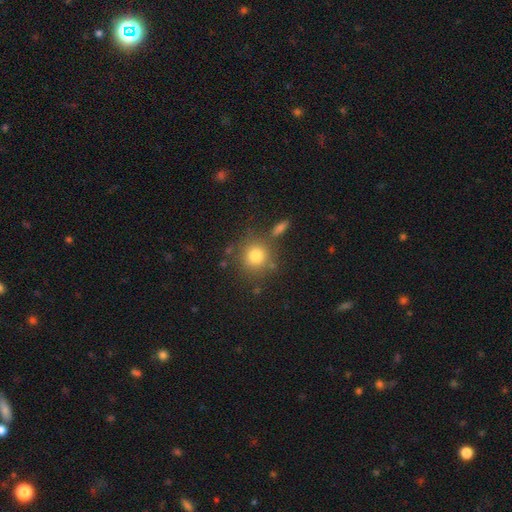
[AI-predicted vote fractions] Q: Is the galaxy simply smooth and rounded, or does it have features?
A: smooth — 80%.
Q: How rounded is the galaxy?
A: round — 89%.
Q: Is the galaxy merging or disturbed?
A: none — 74%.